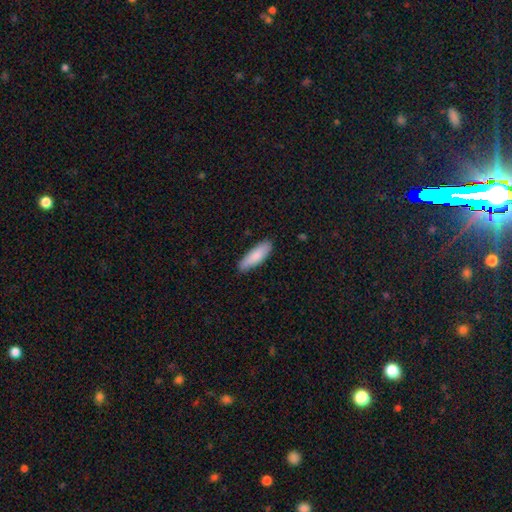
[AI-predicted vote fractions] Smooth or featured?
  - smooth: 85% *
  - featured or disk: 10%
  - star or artifact: 5%
How rounded?
  - cigar-shaped: 50% *
  - in between: 49%
  - round: 1%
Merging?
  - none: 85% *
  - minor disturbance: 12%
  - major disturbance: 2%
  - merger: 1%